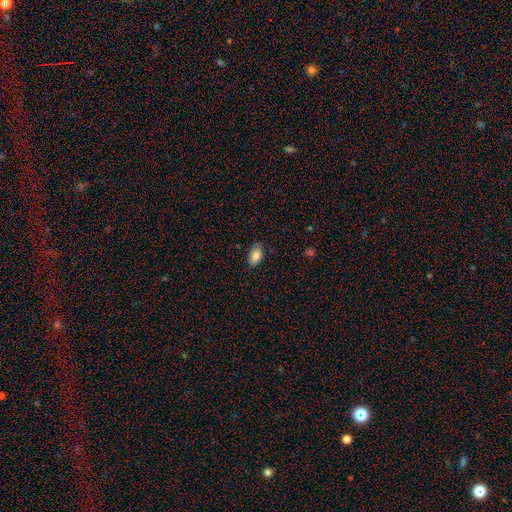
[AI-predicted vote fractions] smooth-or-featured: smooth: 83% | featured or disk: 9% | star or artifact: 7%
  how-rounded: in between: 93% | round: 5% | cigar-shaped: 3%
  merging: none: 80% | minor disturbance: 17% | major disturbance: 3% | merger: 1%